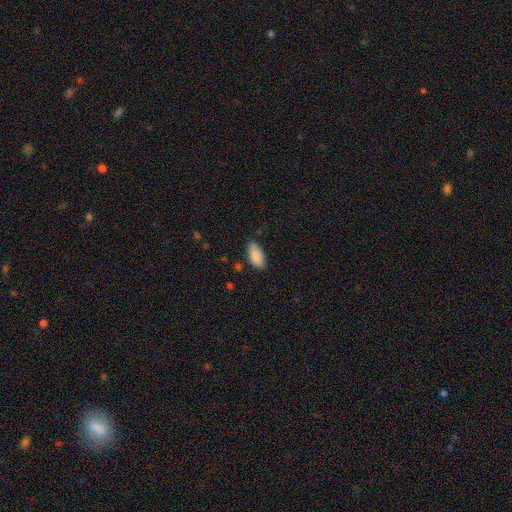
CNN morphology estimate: A smooth galaxy with no disk features (87%) that is in between round and cigar-shaped (92%). Merging: none (81%).